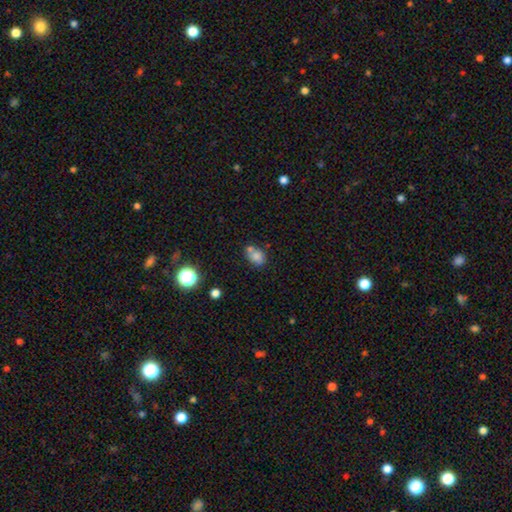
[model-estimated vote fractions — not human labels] This appears to be a smooth galaxy with no disk features (75%) that is in between round and cigar-shaped (58%). Merging: none (52%).